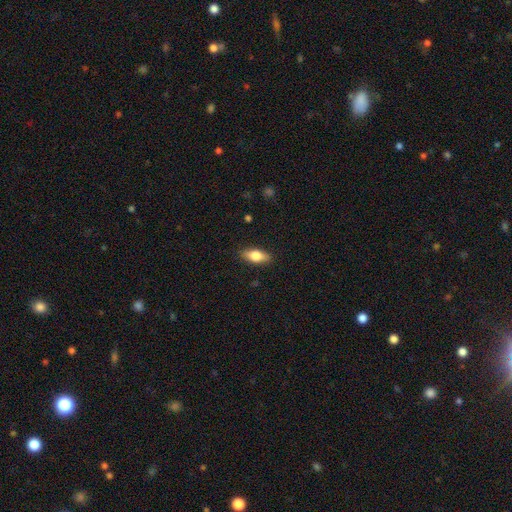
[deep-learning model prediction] Smooth or featured? Predicted: smooth (p=0.73). How rounded? Predicted: in between (p=0.81). Merging? Predicted: none (p=0.87).